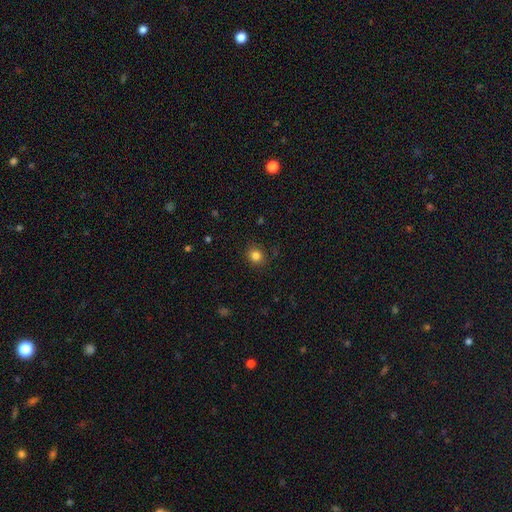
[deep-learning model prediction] A smooth galaxy with no disk features (83%) that is round (83%). Merging: none (84%).